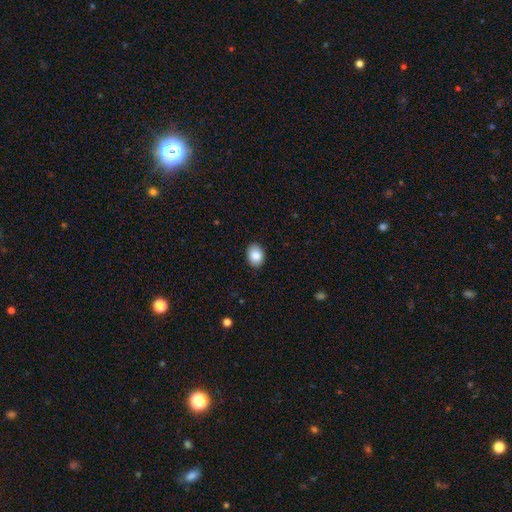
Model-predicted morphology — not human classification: Q: Smooth or featured?
A: smooth (85%); runner-up: featured or disk (8%)
Q: How rounded?
A: in between (72%); runner-up: round (27%)
Q: Merging?
A: none (90%); runner-up: minor disturbance (7%)